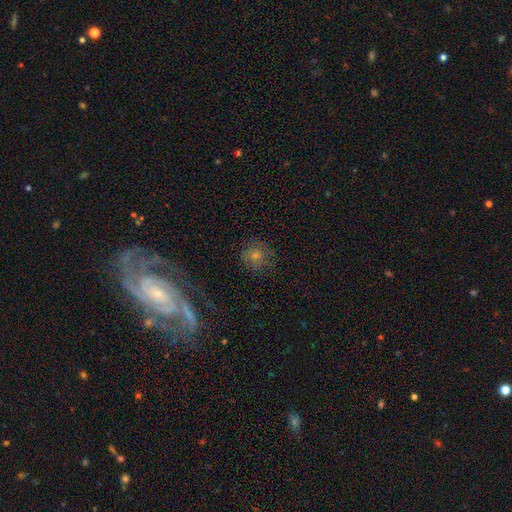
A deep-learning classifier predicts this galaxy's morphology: Overall: smooth (73%). How rounded: round (86%). Merging: none (78%).